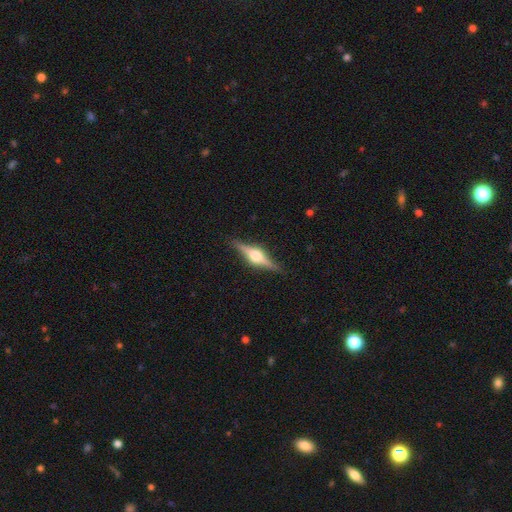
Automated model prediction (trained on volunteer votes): A featured or disk galaxy (79%) viewed edge-on (97%) with a rounded central bulge (93%). Merging: none (89%).